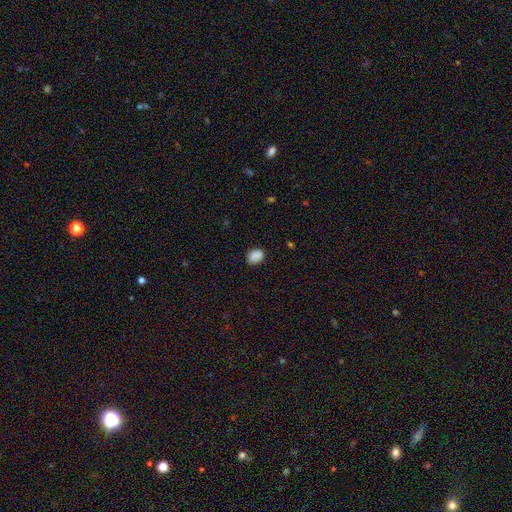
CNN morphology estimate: Smooth or featured? Predicted: smooth (p=0.88). How rounded? Predicted: in between (p=0.61). Merging? Predicted: none (p=0.83).